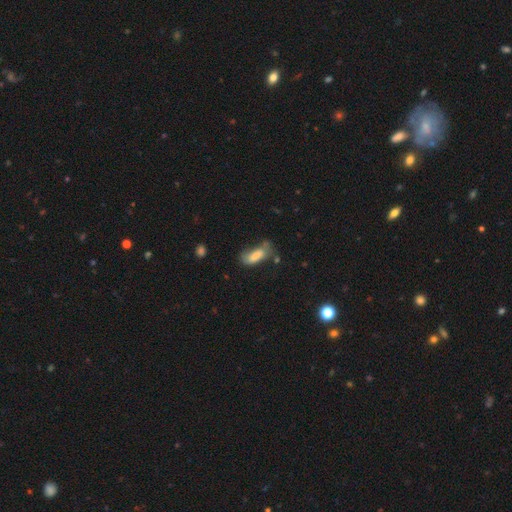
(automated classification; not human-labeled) smooth_or_featured: smooth (p=0.74) [alt: featured or disk p=0.17]
how_rounded: in between (p=0.76) [alt: cigar-shaped p=0.21]
merging: none (p=0.35) [alt: minor disturbance p=0.33]